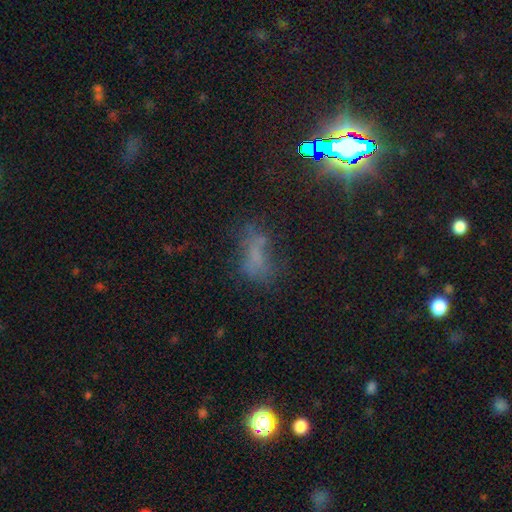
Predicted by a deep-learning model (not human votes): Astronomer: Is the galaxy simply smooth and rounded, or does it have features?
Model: star or artifact — 42% (runner-up: smooth, 37%).